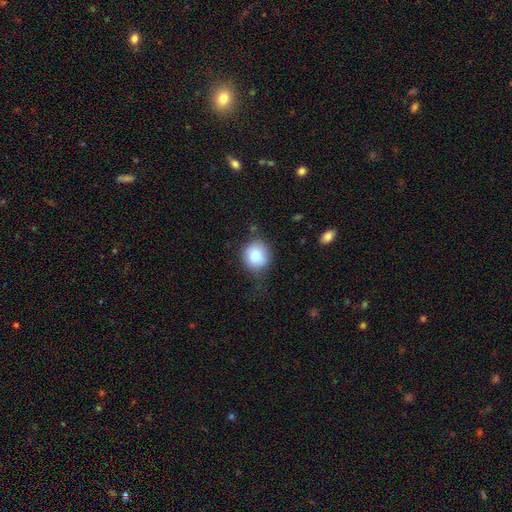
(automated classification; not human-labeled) Smooth or featured? Predicted: smooth (p=0.87). How rounded? Predicted: round (p=0.80). Merging? Predicted: none (p=0.61).